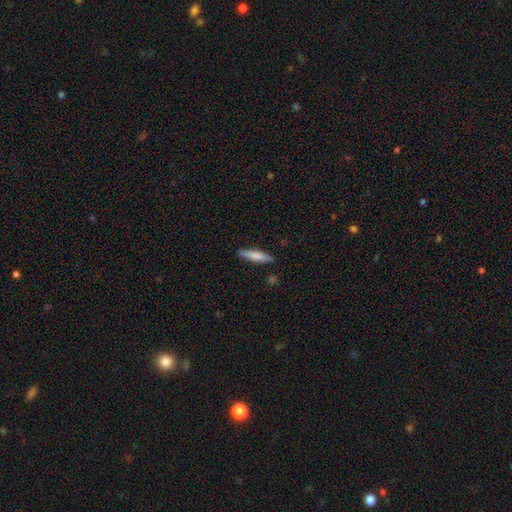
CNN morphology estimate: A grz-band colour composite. It shows a smooth galaxy with no disk features (75%) that is cigar-shaped (83%). Merging: none (87%).